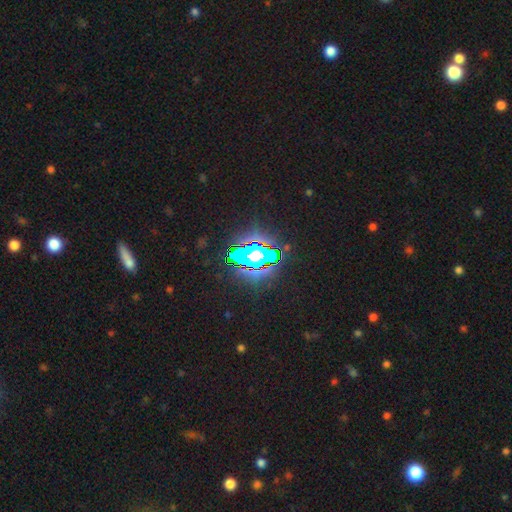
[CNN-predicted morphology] star or artifact 67%, smooth 18%, featured or disk 15%.